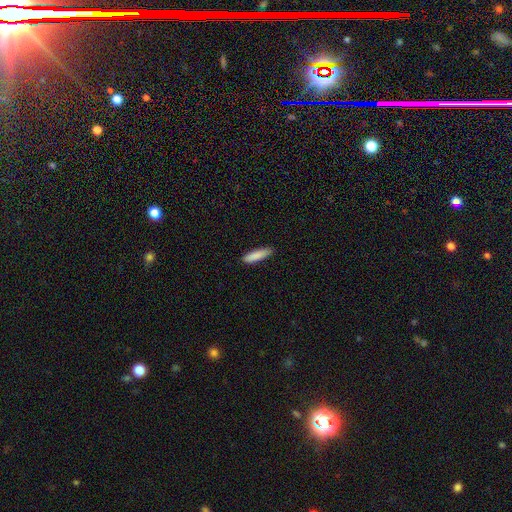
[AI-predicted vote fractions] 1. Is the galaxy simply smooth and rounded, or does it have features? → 87% smooth, 7% featured or disk, 6% star or artifact.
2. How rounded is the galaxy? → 76% cigar-shaped, 23% in between, 1% round.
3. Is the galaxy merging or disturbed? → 85% none, 12% minor disturbance, 2% major disturbance, 1% merger.